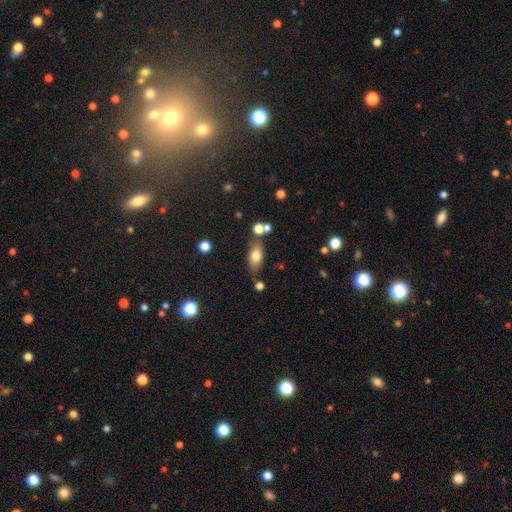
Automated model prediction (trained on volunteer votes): smooth 74%, featured or disk 17%, star or artifact 9%. Down the decision tree: how rounded — in between (82%); merging — none (71%).